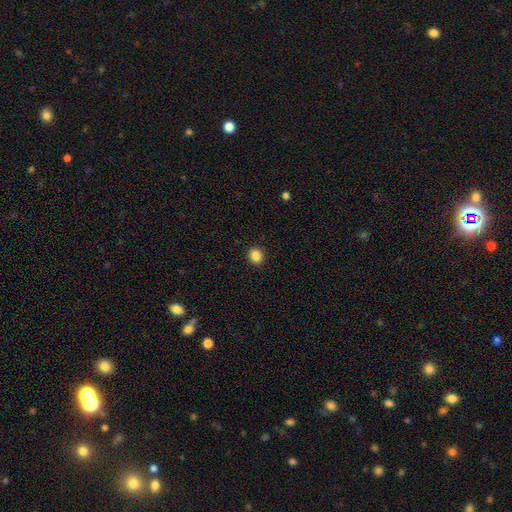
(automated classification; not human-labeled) A smooth galaxy with no disk features (87%) that is round (70%).

Vote fractions:
- Smooth or featured? smooth: 87% / star or artifact: 10% / featured or disk: 3%
- How rounded? round: 70% / in between: 29% / cigar-shaped: 1%
- Merging? none: 91% / minor disturbance: 6% / major disturbance: 2% / merger: 1%